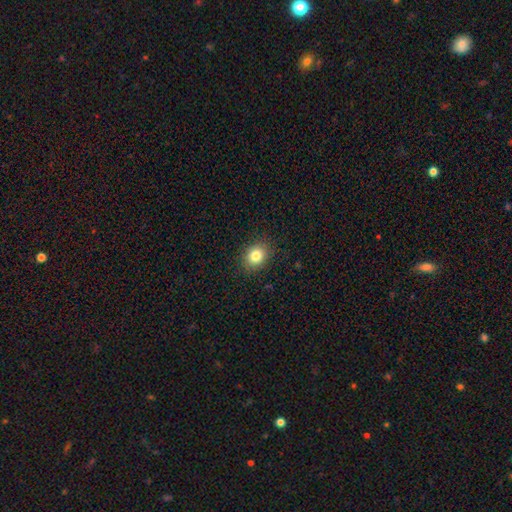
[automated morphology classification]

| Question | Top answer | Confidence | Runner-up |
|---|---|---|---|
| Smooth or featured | smooth | 83% | star or artifact (10%) |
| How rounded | round | 53% | in between (46%) |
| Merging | none | 88% | minor disturbance (8%) |